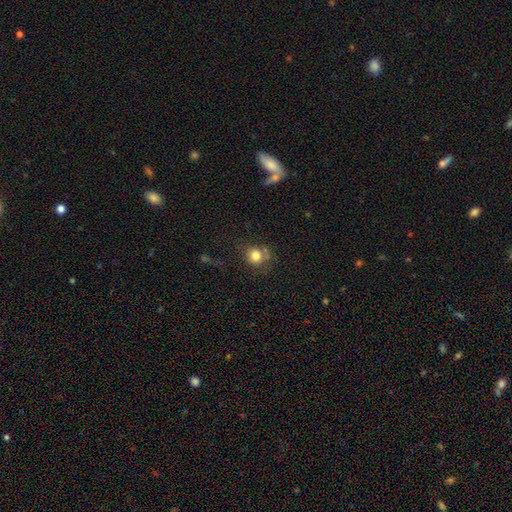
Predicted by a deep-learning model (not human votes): smooth 79%, star or artifact 12%, featured or disk 10%. Down the decision tree: how rounded — round (78%); merging — none (58%).